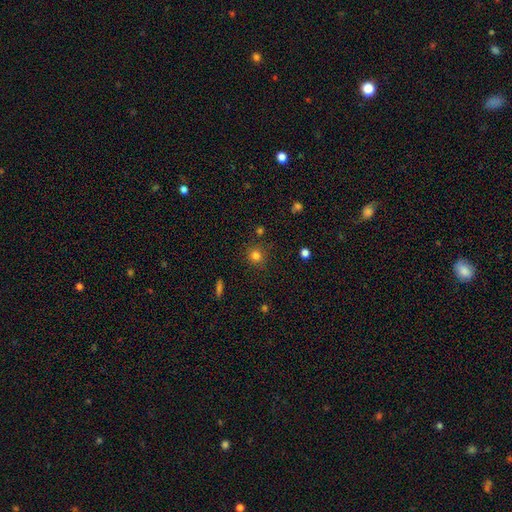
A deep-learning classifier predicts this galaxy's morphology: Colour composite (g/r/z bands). It shows a smooth galaxy with no disk features (80%) that is round (90%). Merging: none (85%).